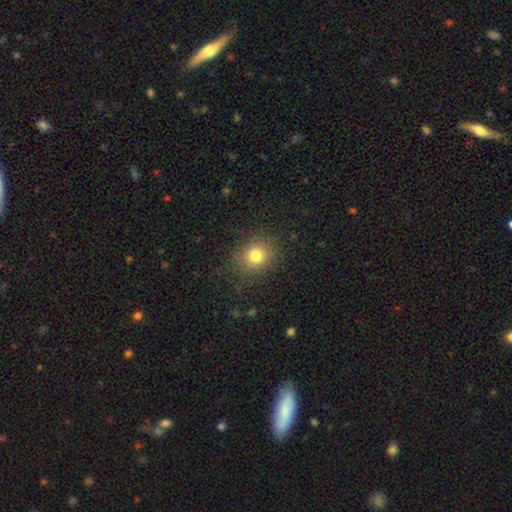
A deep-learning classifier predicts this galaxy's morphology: type=smooth (79%); roundness=round (73%); merging=none (85%).